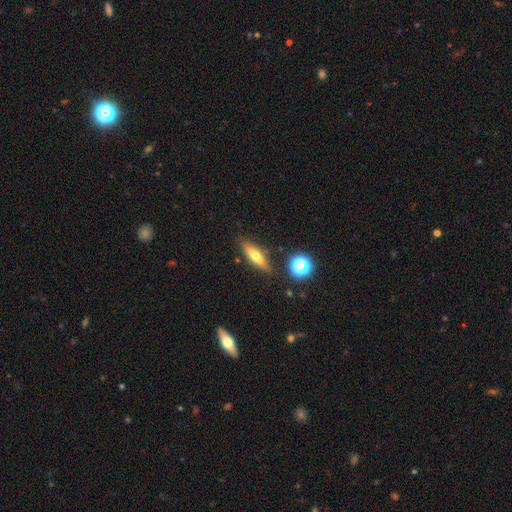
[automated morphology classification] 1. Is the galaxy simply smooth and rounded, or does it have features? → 52% smooth, 39% featured or disk, 9% star or artifact.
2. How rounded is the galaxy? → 64% cigar-shaped, 32% in between, 5% round.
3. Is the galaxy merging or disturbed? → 84% none, 11% minor disturbance, 3% merger, 3% major disturbance.